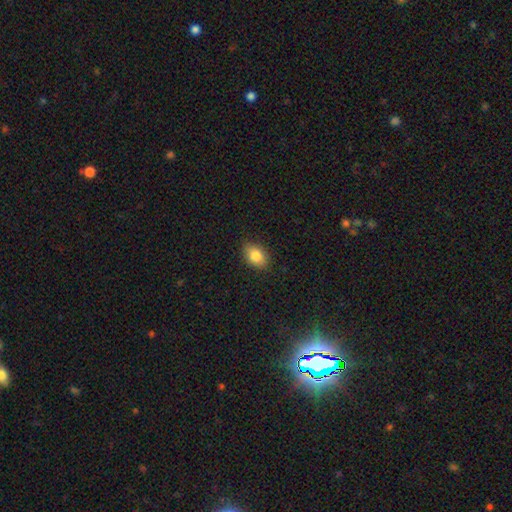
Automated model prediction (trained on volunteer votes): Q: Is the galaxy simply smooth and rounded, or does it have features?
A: smooth — 83%.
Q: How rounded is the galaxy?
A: in between — 81%.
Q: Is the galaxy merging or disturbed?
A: none — 87%.